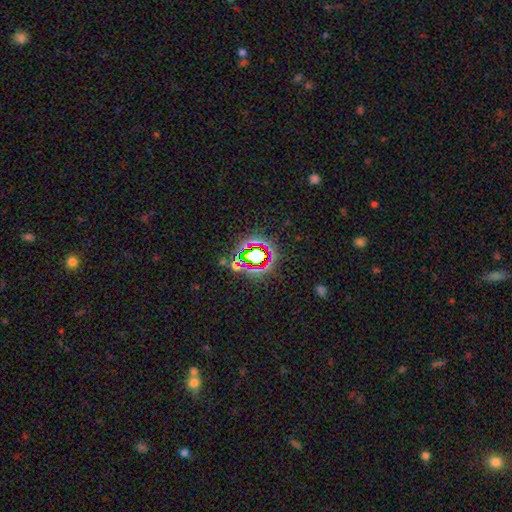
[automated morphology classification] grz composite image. It shows a star or artifact, not a galaxy (66%).